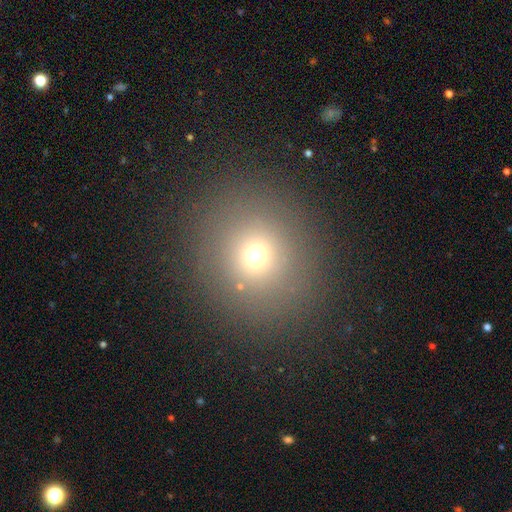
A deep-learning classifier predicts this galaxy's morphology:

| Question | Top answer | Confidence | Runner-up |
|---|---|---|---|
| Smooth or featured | smooth | 68% | star or artifact (22%) |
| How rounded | round | 88% | in between (11%) |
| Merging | none | 87% | minor disturbance (7%) |